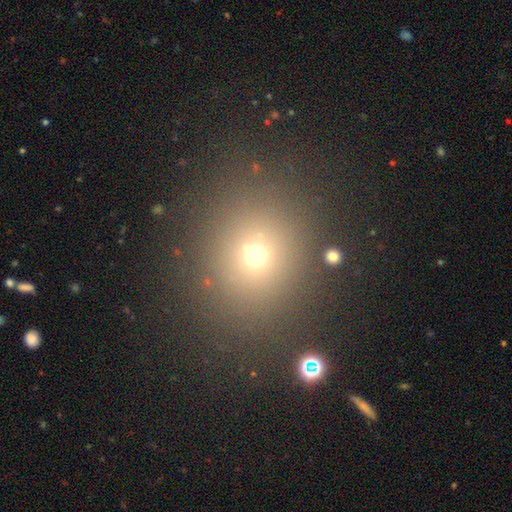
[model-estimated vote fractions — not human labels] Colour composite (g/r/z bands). It shows a smooth galaxy with no disk features (63%) that is round (80%). Merging: none (84%).